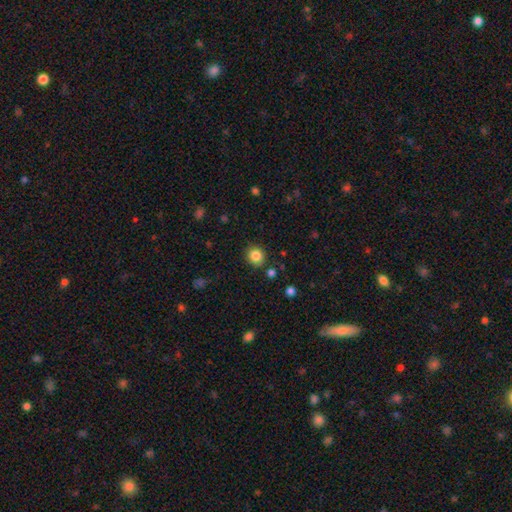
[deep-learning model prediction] Morphology: type=smooth (84%); roundness=round (85%); merging=none (86%).